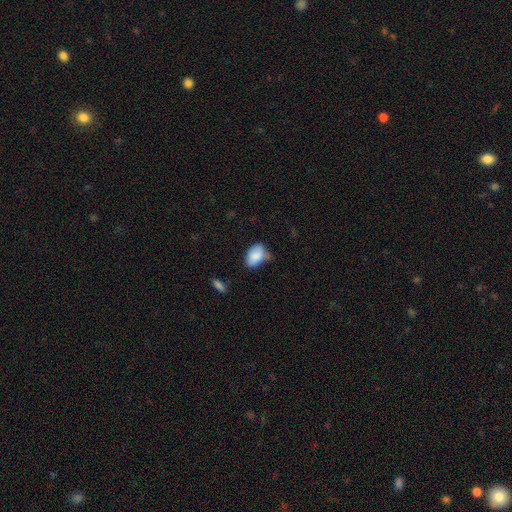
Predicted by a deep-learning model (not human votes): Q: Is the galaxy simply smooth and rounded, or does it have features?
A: smooth — 85%.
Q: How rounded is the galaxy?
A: in between — 88%.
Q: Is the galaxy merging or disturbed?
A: none — 46%.